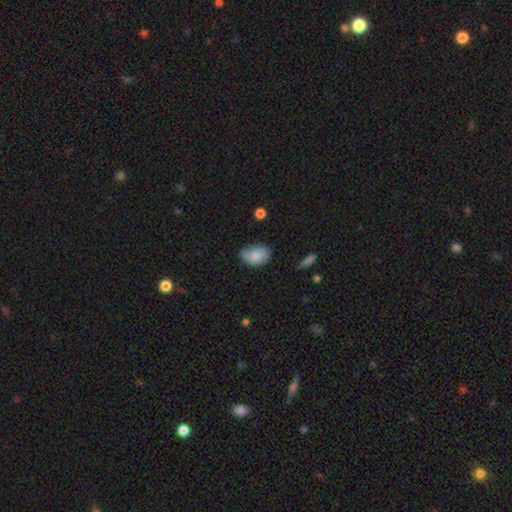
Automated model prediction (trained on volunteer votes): This appears to be a smooth galaxy with no disk features (78%) that is in between round and cigar-shaped (82%). Merging: none (54%).